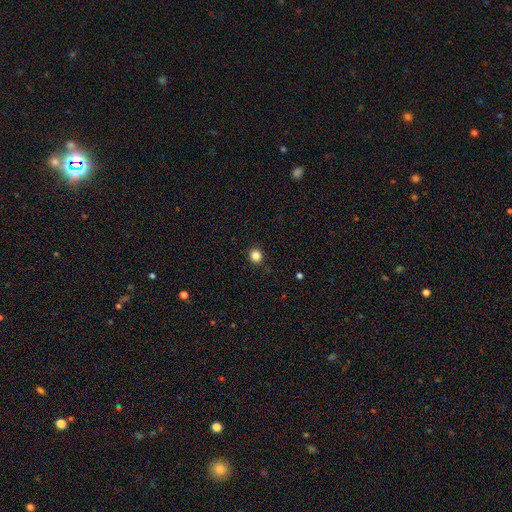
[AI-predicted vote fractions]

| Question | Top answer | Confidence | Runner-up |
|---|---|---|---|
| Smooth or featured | smooth | 84% | star or artifact (12%) |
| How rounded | round | 81% | in between (18%) |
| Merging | none | 90% | minor disturbance (7%) |